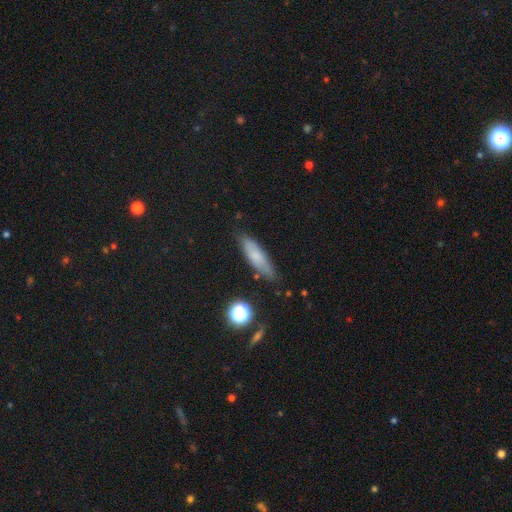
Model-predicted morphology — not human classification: Q: Smooth or featured?
A: smooth (72%); runner-up: featured or disk (18%)
Q: How rounded?
A: cigar-shaped (64%); runner-up: in between (34%)
Q: Merging?
A: none (79%); runner-up: minor disturbance (16%)